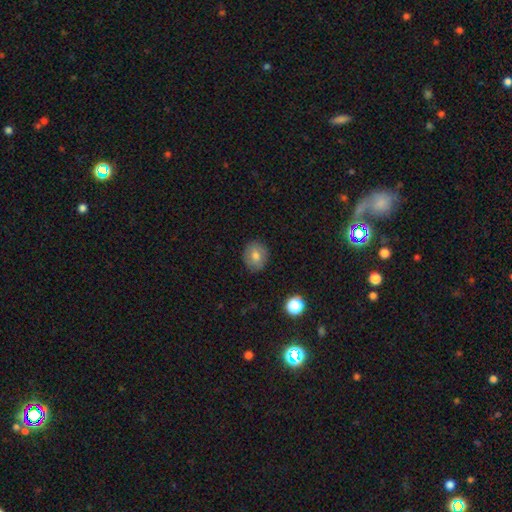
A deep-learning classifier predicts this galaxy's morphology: smooth_or_featured: smooth (p=0.70) [alt: featured or disk p=0.20]
how_rounded: round (p=0.66) [alt: in between p=0.33]
merging: none (p=0.86) [alt: minor disturbance p=0.11]